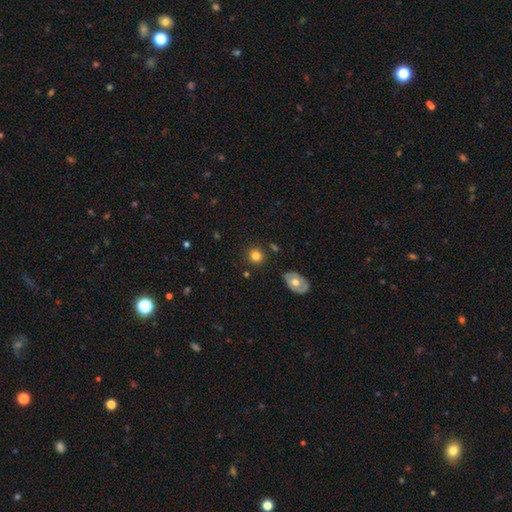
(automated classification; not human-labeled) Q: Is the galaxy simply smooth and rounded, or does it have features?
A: smooth — 79%.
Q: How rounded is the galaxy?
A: round — 87%.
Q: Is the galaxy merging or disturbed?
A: none — 85%.